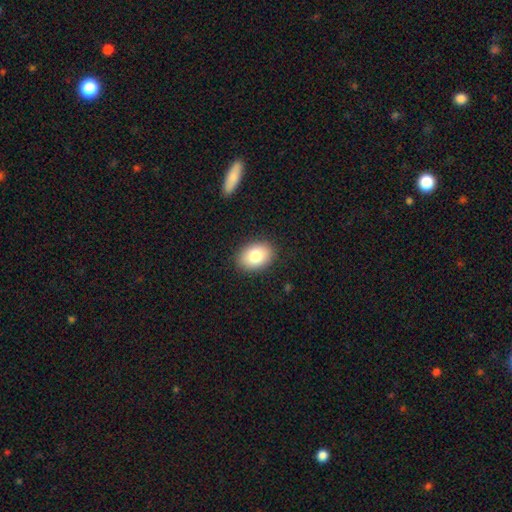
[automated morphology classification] smooth_or_featured: smooth (p=0.82) [alt: featured or disk p=0.10]
how_rounded: in between (p=0.79) [alt: round p=0.20]
merging: none (p=0.88) [alt: minor disturbance p=0.08]